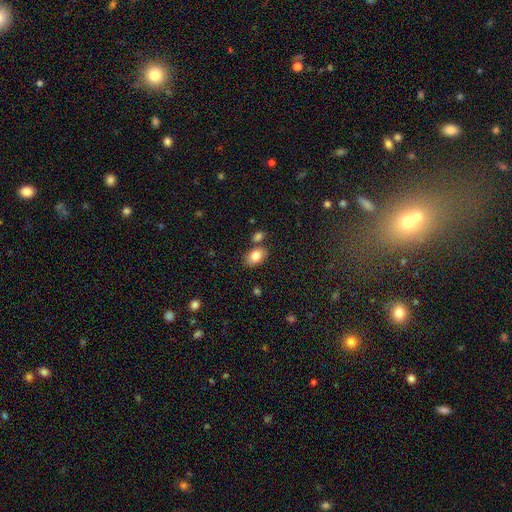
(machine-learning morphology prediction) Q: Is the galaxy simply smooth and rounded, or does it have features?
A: smooth — 82%.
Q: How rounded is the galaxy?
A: in between — 86%.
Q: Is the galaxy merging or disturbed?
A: none — 72%.